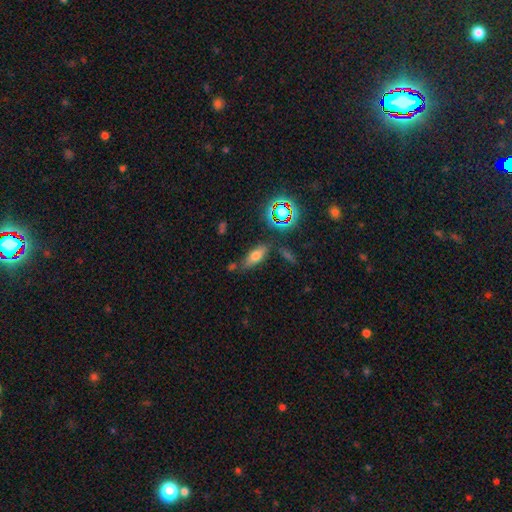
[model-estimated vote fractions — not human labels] A smooth galaxy with no disk features (64%) that is in between round and cigar-shaped (72%). Merging: none (70%).